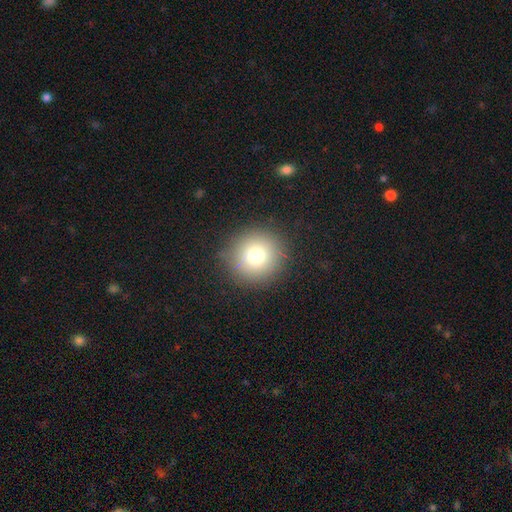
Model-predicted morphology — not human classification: A smooth galaxy with no disk features (77%) that is round (94%).

Vote fractions:
- Smooth or featured? smooth: 77% / star or artifact: 13% / featured or disk: 10%
- How rounded? round: 94% / in between: 5% / cigar-shaped: 1%
- Merging? none: 88% / minor disturbance: 8% / major disturbance: 3% / merger: 1%